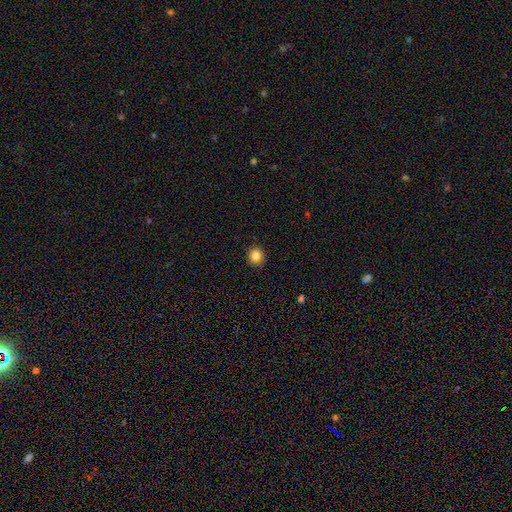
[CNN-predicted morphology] Q: Smooth or featured?
A: smooth (85%); runner-up: star or artifact (11%)
Q: How rounded?
A: round (86%); runner-up: in between (13%)
Q: Merging?
A: none (90%); runner-up: minor disturbance (7%)